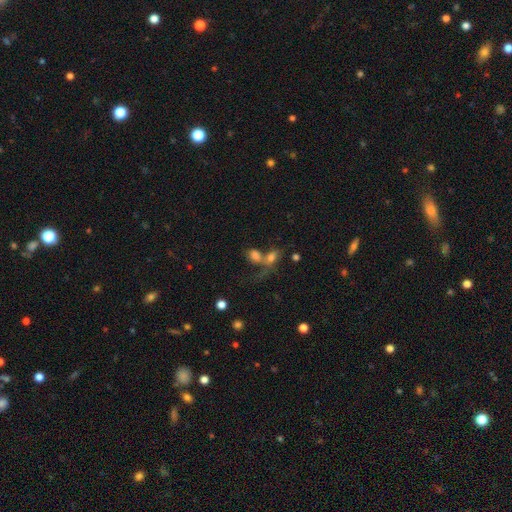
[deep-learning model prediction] Smooth or featured: smooth — 68% (featured or disk — 18%)
How rounded: in between — 68% (round — 27%)
Merging: merger — 59% (none — 23%)